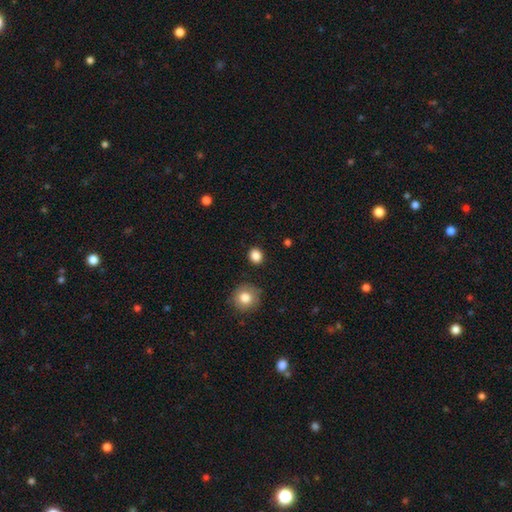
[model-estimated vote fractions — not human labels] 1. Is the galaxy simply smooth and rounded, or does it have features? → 86% smooth, 11% star or artifact, 4% featured or disk.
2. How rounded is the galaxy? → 76% round, 23% in between, 1% cigar-shaped.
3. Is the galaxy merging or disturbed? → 89% none, 7% minor disturbance, 2% major disturbance, 2% merger.